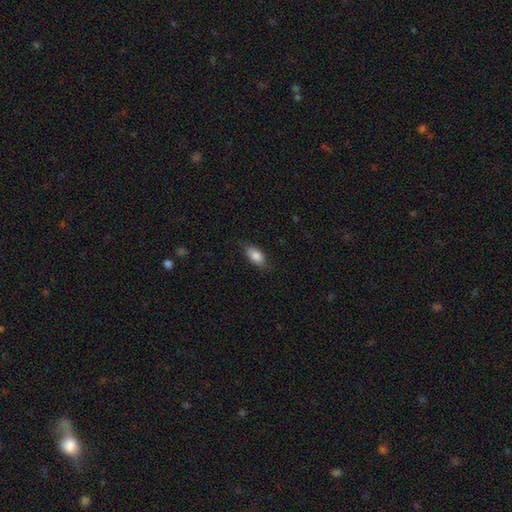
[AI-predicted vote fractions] A smooth galaxy with no disk features (85%) that is in between round and cigar-shaped (89%).

Vote fractions:
- Smooth or featured? smooth: 85% / featured or disk: 8% / star or artifact: 7%
- How rounded? in between: 89% / cigar-shaped: 8% / round: 4%
- Merging? none: 81% / minor disturbance: 15% / major disturbance: 3% / merger: 1%